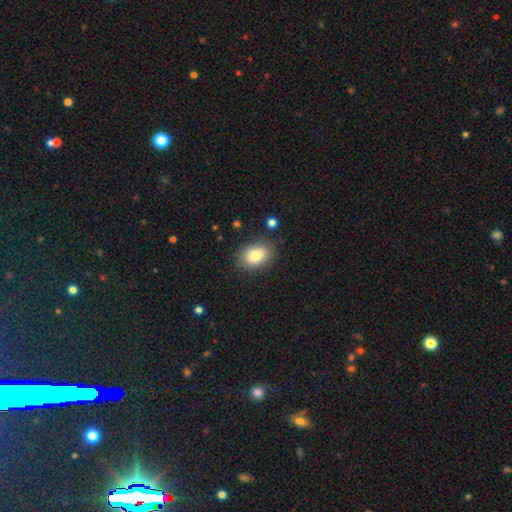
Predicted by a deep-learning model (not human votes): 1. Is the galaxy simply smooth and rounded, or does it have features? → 83% smooth, 9% featured or disk, 8% star or artifact.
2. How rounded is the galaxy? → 82% in between, 17% round, 1% cigar-shaped.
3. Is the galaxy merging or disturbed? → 84% none, 11% minor disturbance, 3% major disturbance, 2% merger.